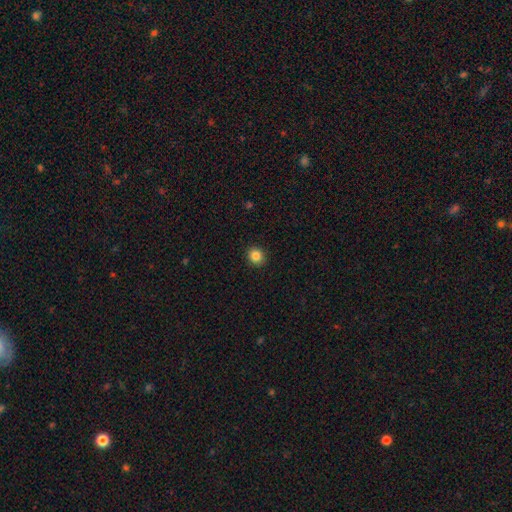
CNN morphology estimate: This appears to be a smooth galaxy with no disk features (85%) that is round (81%). Merging: none (91%).